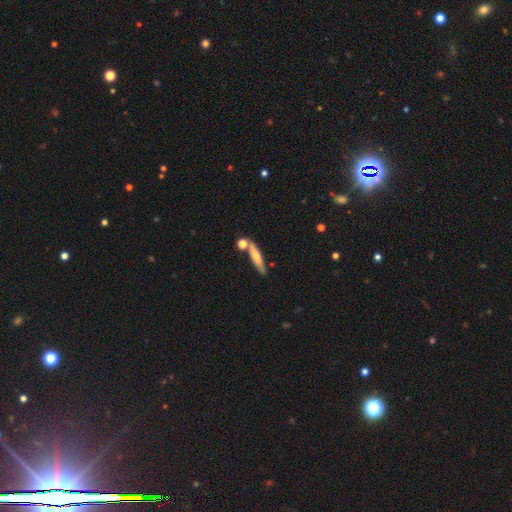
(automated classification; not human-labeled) Smooth or featured?
  - smooth: 58% *
  - featured or disk: 34%
  - star or artifact: 7%
How rounded?
  - cigar-shaped: 83% *
  - in between: 13%
  - round: 3%
Merging?
  - none: 69% *
  - merger: 14%
  - minor disturbance: 13%
  - major disturbance: 4%